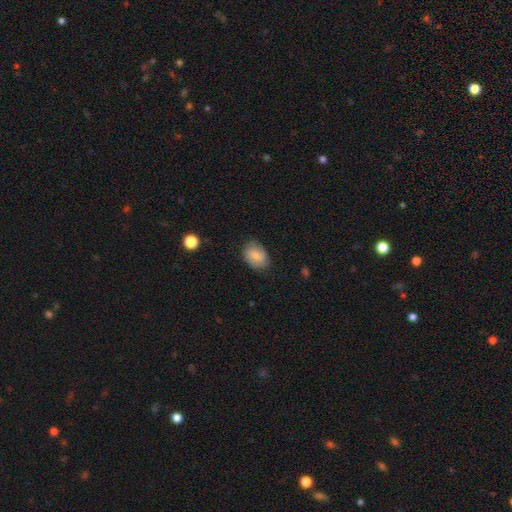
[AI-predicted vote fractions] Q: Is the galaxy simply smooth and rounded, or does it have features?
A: smooth — 77%.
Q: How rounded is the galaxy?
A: in between — 75%.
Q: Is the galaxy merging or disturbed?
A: none — 77%.